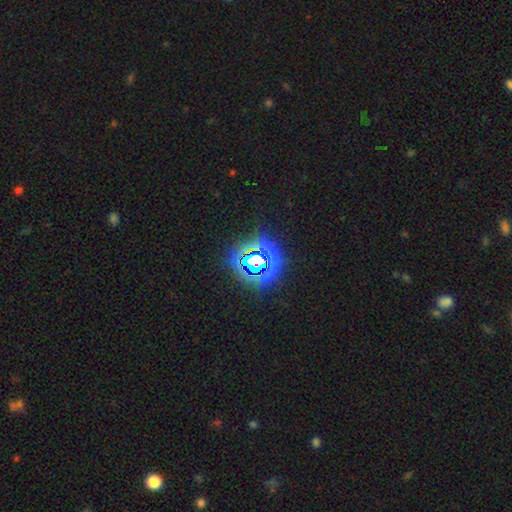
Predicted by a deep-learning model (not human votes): Overall: star or artifact (73%).